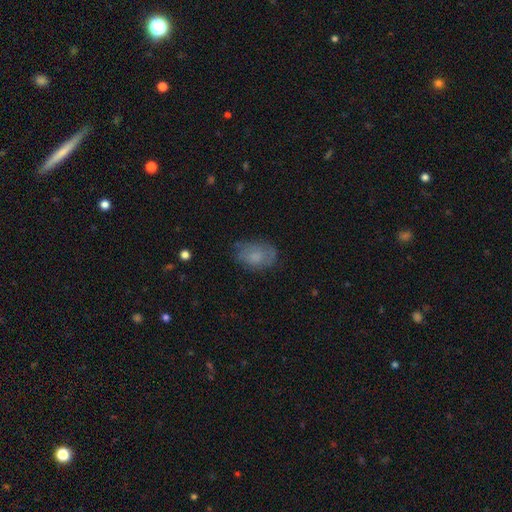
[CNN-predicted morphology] The model was most divided on "merging": none: 64%, minor disturbance: 25%, major disturbance: 10%, merger: 2%. More confident: how rounded — in between (82%); smooth or featured — smooth (66%).